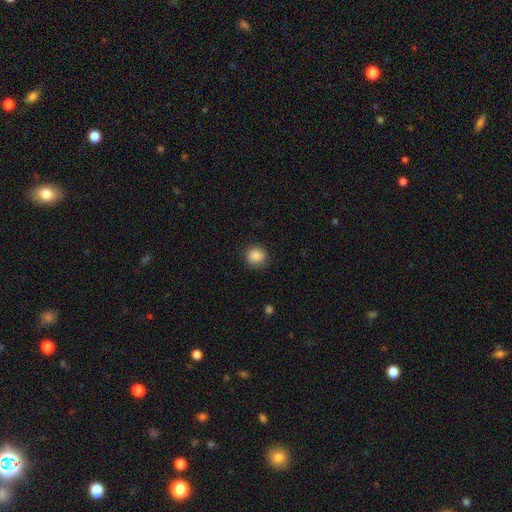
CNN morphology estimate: A smooth galaxy with no disk features (88%) that is round (87%). Merging: none (86%).